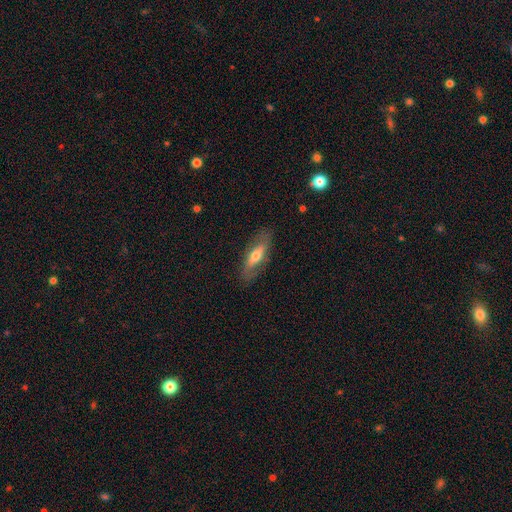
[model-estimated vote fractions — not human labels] Smooth or featured?
  - smooth: 47% * (tied)
  - featured or disk: 47% * (tied)
  - star or artifact: 6%
Merging?
  - none: 81% *
  - minor disturbance: 14%
  - major disturbance: 4%
  - merger: 1%